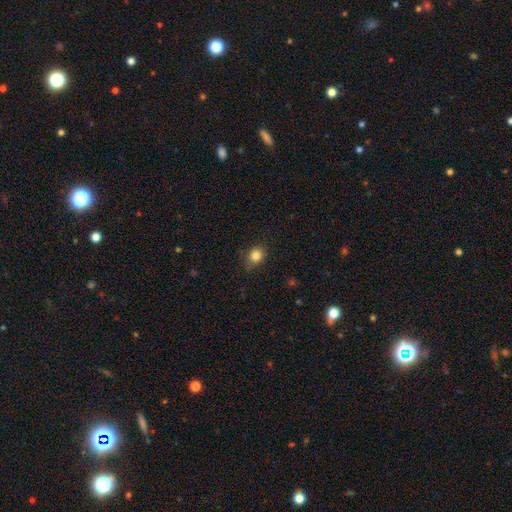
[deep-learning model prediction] Smooth or featured: smooth — 83% (star or artifact — 11%)
How rounded: round — 58% (in between — 41%)
Merging: none — 79% (minor disturbance — 17%)